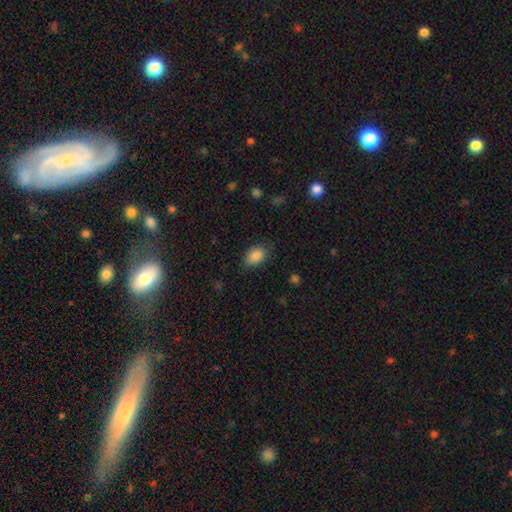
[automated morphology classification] Overall: smooth (88%). How rounded: in between (81%). Merging: none (76%).